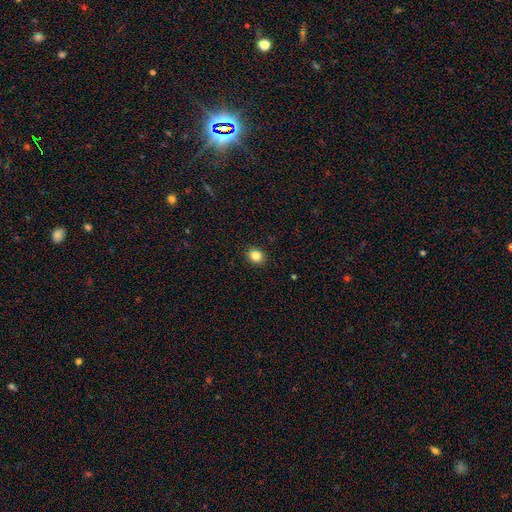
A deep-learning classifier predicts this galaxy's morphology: Overall: smooth (84%). How rounded: round (68%; in between 31%). Merging: none (89%).